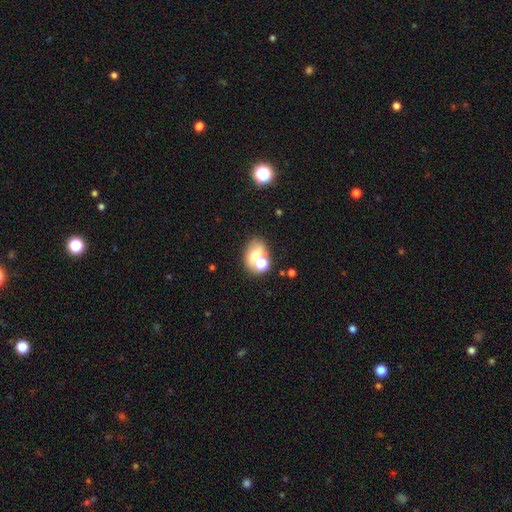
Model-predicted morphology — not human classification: A smooth galaxy with no disk features (60%) that is in between round and cigar-shaped (59%). Merging: none (43%).